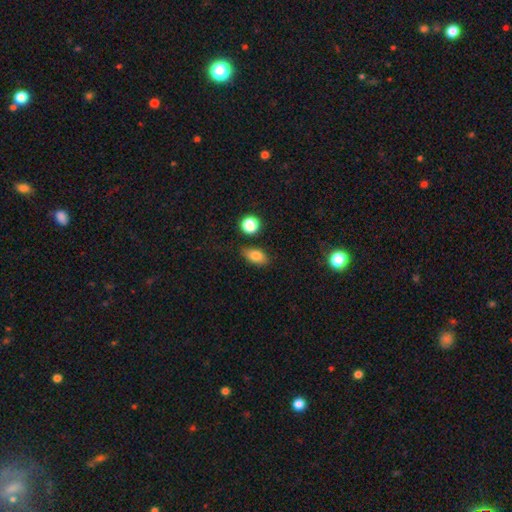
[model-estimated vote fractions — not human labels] This appears to be a smooth galaxy with no disk features (81%) that is in between round and cigar-shaped (84%). Merging: none (80%).